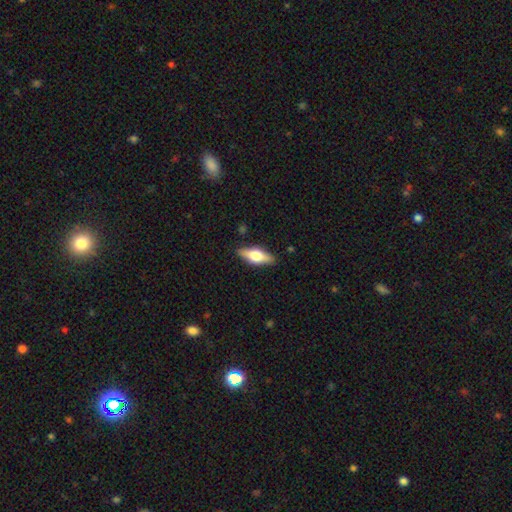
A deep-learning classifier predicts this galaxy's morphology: Overall: smooth (51%; featured or disk 43%). How rounded: in between (67%; cigar-shaped 30%). Merging: none (88%).